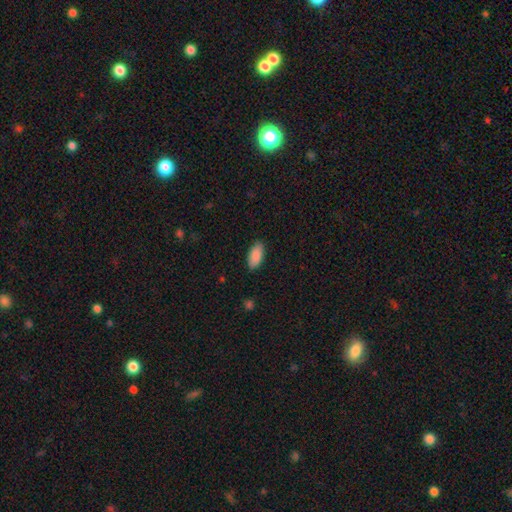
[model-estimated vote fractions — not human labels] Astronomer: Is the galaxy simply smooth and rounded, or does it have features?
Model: smooth — 90%.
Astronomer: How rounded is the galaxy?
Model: in between — 91%.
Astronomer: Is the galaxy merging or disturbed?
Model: none — 88%.